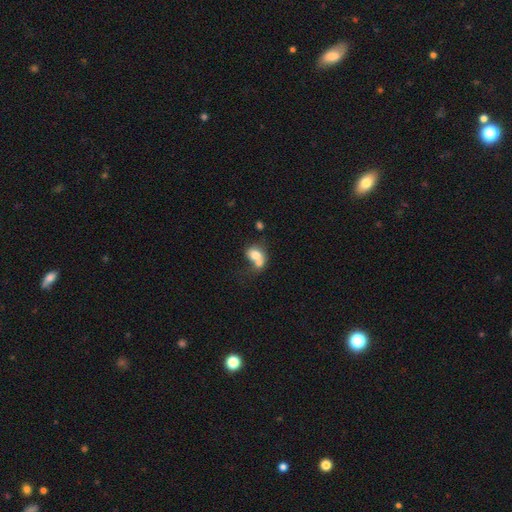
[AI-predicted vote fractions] Smooth or featured: smooth — 71% (featured or disk — 20%)
How rounded: in between — 53% (round — 46%)
Merging: merger — 65% (none — 19%)